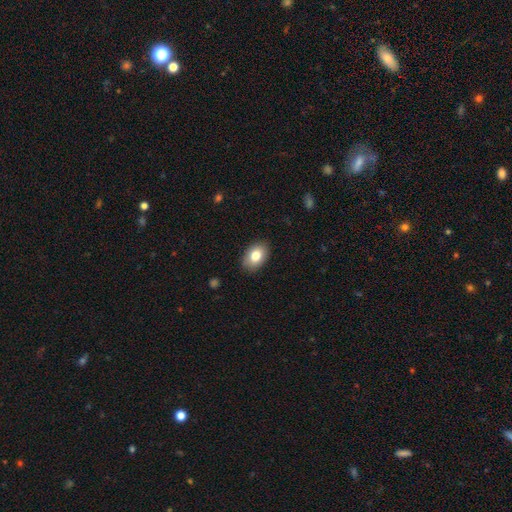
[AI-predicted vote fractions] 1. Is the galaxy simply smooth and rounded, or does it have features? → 81% smooth, 12% featured or disk, 8% star or artifact.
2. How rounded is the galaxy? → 86% in between, 13% round, 1% cigar-shaped.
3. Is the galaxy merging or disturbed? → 88% none, 9% minor disturbance, 2% major disturbance, 1% merger.